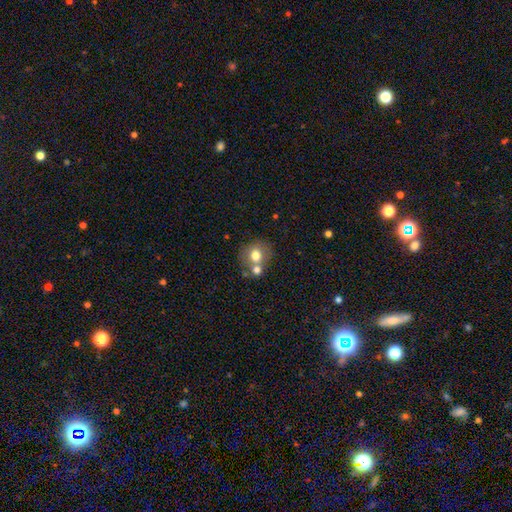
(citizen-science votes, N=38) This is likely a smooth galaxy (74%). How rounded: clearly round (93%). Merging: possibly none (56%).